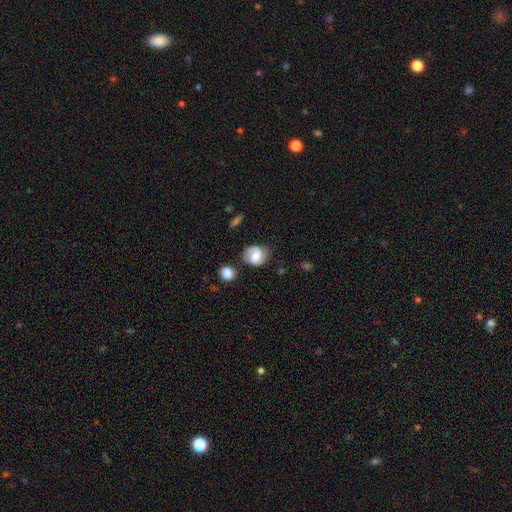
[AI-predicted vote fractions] featured or disk 60%, smooth 33%, star or artifact 7%. Down the decision tree: edge-on disk — no (98%); bar — weak (47%); spiral arms — yes (91%); spiral arm count — 2 (78%); spiral winding — medium (45%); bulge size — moderate (50%); merging — none (66%).